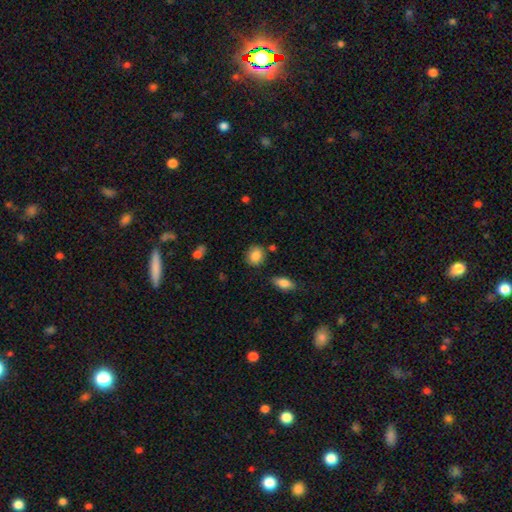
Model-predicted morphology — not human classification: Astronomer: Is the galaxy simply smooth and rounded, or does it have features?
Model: smooth — 86%.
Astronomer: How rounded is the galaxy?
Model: round — 61% (runner-up: in between, 38%).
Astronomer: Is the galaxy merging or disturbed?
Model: none — 80%.